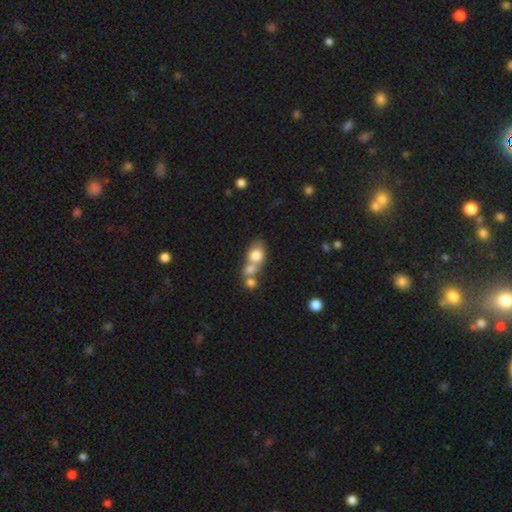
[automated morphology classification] This appears to be a smooth galaxy with no disk features (73%) that is in between round and cigar-shaped (60%). Merging: merger (61%).